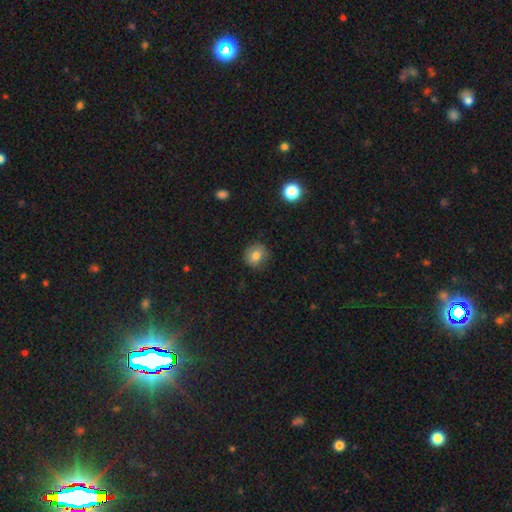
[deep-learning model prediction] The model was most divided on "smooth or featured": smooth: 78%, star or artifact: 12%, featured or disk: 10%. More confident: how rounded — round (88%); merging — none (84%).